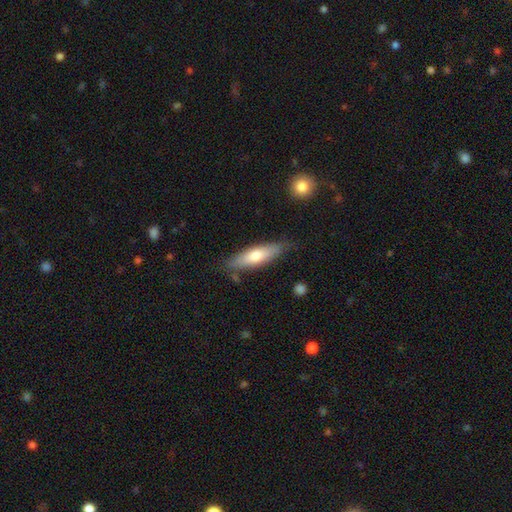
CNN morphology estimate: Smooth or featured: smooth — 64% (featured or disk — 31%)
How rounded: cigar-shaped — 62% (in between — 36%)
Merging: none — 78% (minor disturbance — 16%)